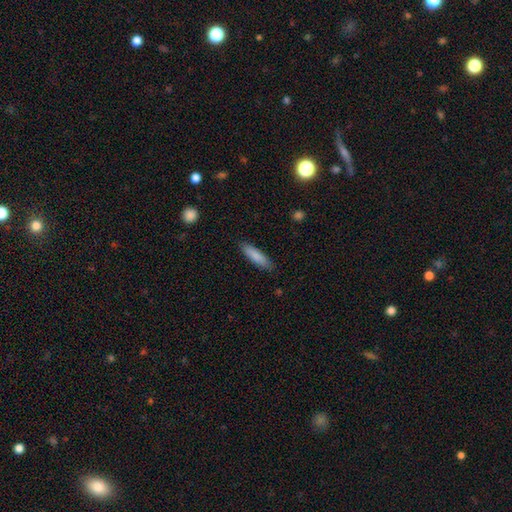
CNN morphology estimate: The model was most divided on "how rounded": cigar-shaped: 66%, in between: 32%, round: 1%. More confident: merging — none (87%); smooth or featured — smooth (85%).